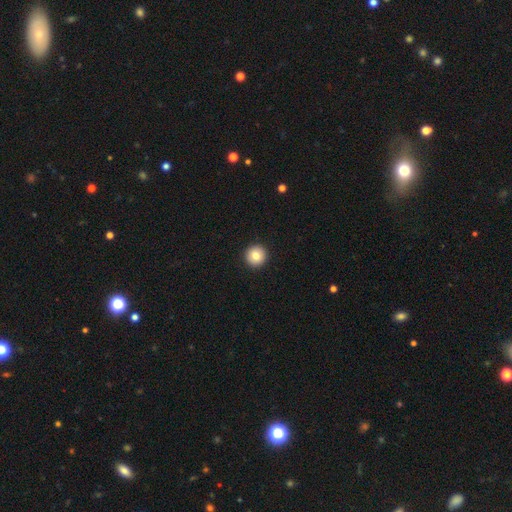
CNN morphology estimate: Smooth or featured?
  - smooth: 81% *
  - featured or disk: 10%
  - star or artifact: 9%
How rounded?
  - round: 96% *
  - in between: 3%
  - cigar-shaped: 1%
Merging?
  - none: 94% *
  - minor disturbance: 4%
  - major disturbance: 1%
  - merger: 1%